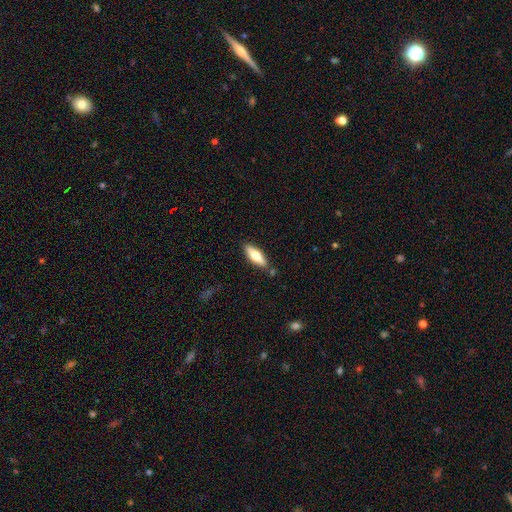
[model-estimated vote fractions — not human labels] Smooth or featured? smooth (60%)
How rounded? in between (54%)
Merging? none (82%)